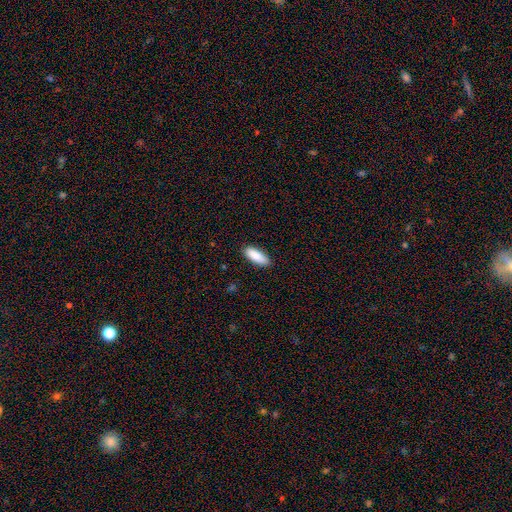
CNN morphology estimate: The model was most divided on "how rounded": in between: 70%, cigar-shaped: 28%, round: 2%. More confident: merging — none (88%); smooth or featured — smooth (88%).